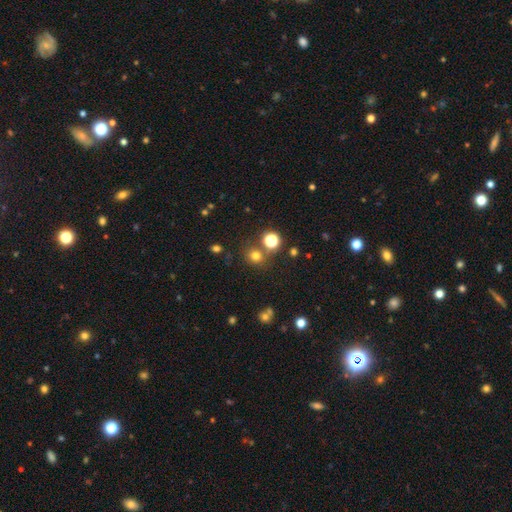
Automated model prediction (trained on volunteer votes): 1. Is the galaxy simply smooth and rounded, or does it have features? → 72% smooth, 22% star or artifact, 6% featured or disk.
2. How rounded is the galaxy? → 84% round, 15% in between, 1% cigar-shaped.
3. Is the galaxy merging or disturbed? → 77% none, 10% merger, 9% minor disturbance, 4% major disturbance.